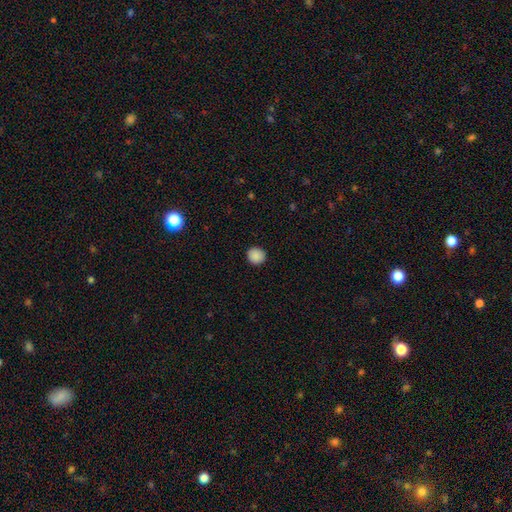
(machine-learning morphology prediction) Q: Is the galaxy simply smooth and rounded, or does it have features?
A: smooth — 89%.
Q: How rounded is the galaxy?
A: round — 90%.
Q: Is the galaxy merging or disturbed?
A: none — 91%.